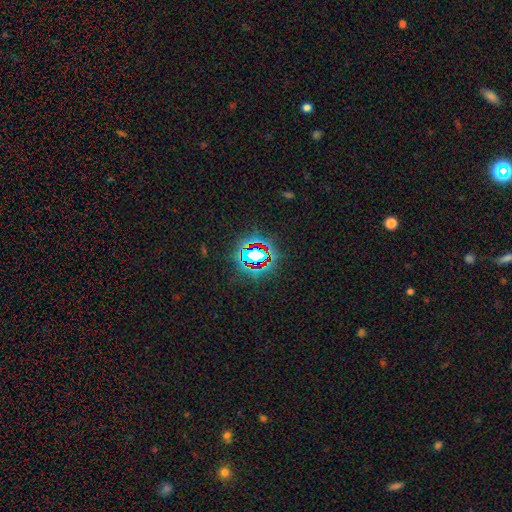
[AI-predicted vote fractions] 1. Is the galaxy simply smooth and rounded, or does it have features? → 72% star or artifact, 16% smooth, 12% featured or disk.